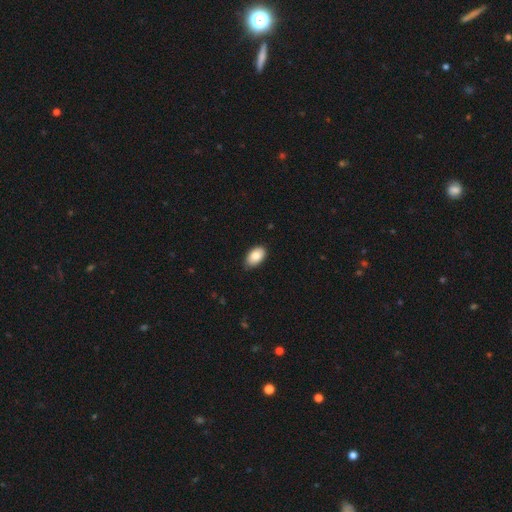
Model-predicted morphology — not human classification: type=smooth (84%); roundness=in between (93%); merging=none (82%).